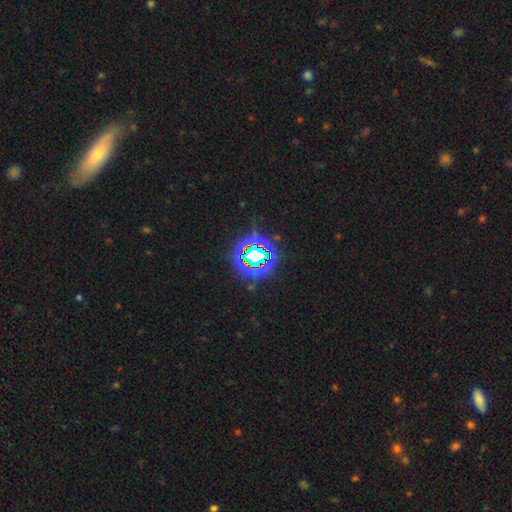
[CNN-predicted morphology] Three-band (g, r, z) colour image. It shows a star or artifact, not a galaxy (75%).